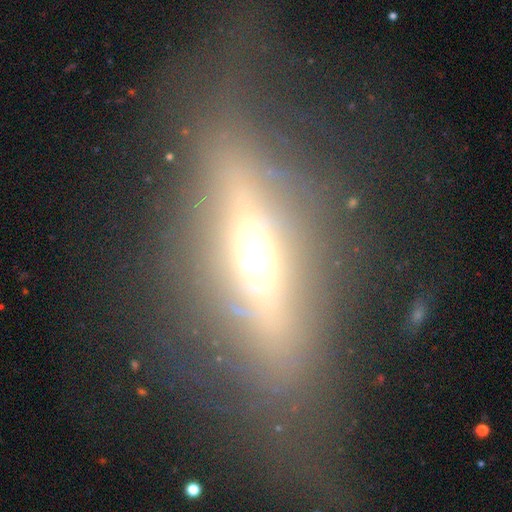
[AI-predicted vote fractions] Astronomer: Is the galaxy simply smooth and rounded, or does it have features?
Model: featured or disk — 59%.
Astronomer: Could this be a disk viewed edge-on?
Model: yes — 73%.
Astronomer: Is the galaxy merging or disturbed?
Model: none — 70%.